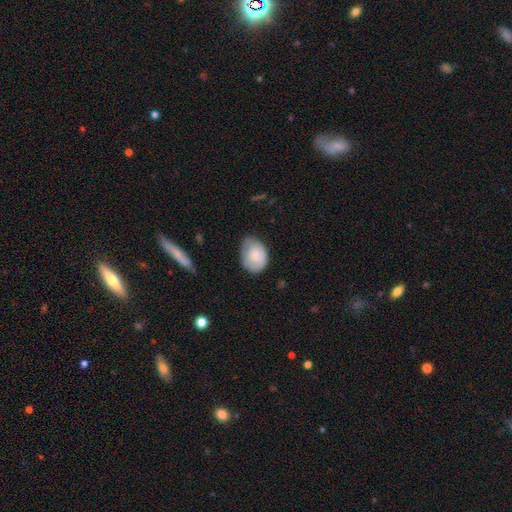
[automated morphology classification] A smooth galaxy with no disk features (77%) that is in between round and cigar-shaped (71%).

Vote fractions:
- Smooth or featured? smooth: 77% / featured or disk: 17% / star or artifact: 6%
- How rounded? in between: 71% / round: 28% / cigar-shaped: 1%
- Merging? none: 53% / minor disturbance: 38% / major disturbance: 8% / merger: 2%